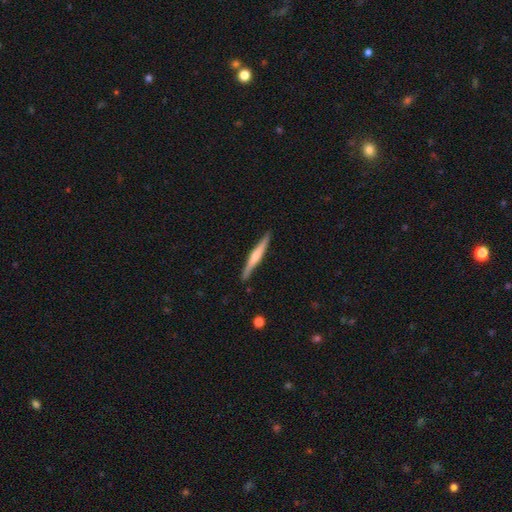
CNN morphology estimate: This is possibly a featured or disk galaxy (58%). It is clearly viewed edge-on (97%). Edge-on bulge: possibly rounded (58%). Merging: clearly none (87%).